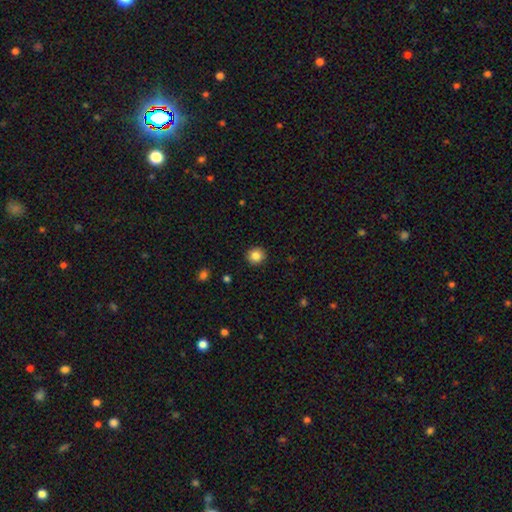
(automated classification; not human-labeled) Overall: smooth (85%). How rounded: round (92%). Merging: none (92%).